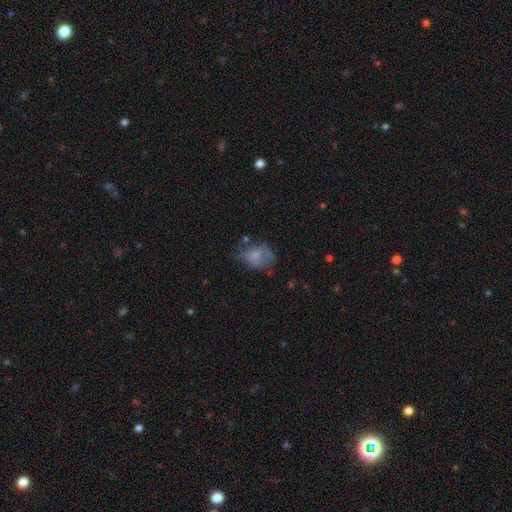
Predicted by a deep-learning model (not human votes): Smooth or featured? smooth (59%)
How rounded? in between (64%)
Merging? none (36%)